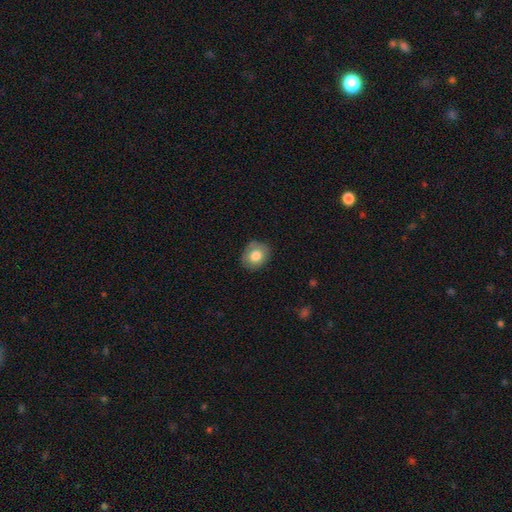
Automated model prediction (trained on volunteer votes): Q: Smooth or featured?
A: smooth (77%); runner-up: featured or disk (15%)
Q: How rounded?
A: round (62%); runner-up: in between (38%)
Q: Merging?
A: none (81%); runner-up: minor disturbance (15%)